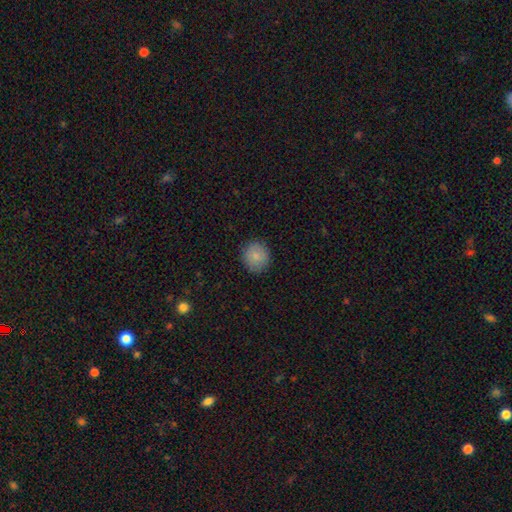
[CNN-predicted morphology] This is clearly a smooth galaxy (86%). How rounded: clearly round (88%). Merging: clearly none (88%).